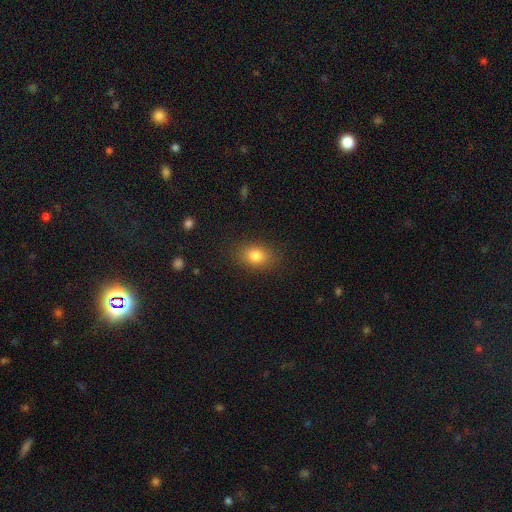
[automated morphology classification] type=smooth (81%); roundness=in between (70%); merging=none (86%).